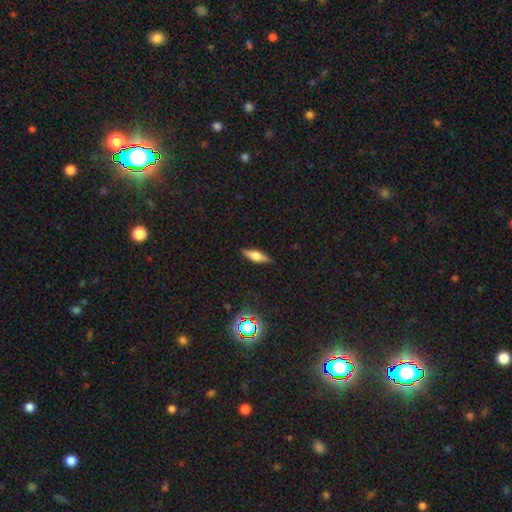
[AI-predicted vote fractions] A featured or disk galaxy (45%, tied with smooth).

Vote fractions:
- Smooth or featured? featured or disk: 45% (tied) / smooth: 45% (tied) / star or artifact: 10%
- Merging? none: 87% / minor disturbance: 9% / major disturbance: 2% / merger: 1%